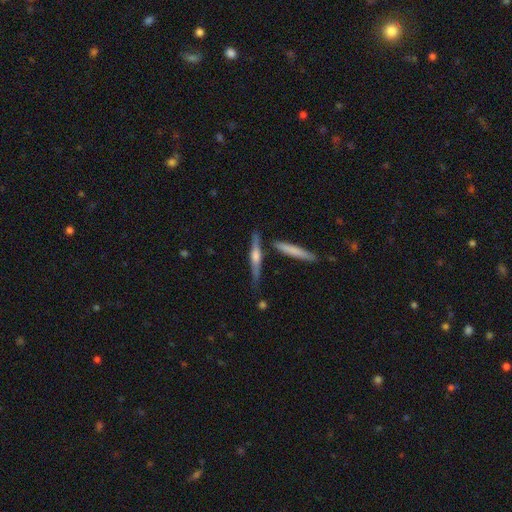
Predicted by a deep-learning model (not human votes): Smooth or featured?
  - featured or disk: 68% *
  - smooth: 26%
  - star or artifact: 6%
Edge-on disk?
  - yes: 96% *
  - no: 4%
Edge-on bulge?
  - rounded: 78% *
  - boxy: 13%
  - none: 9%
Merging?
  - none: 76% *
  - minor disturbance: 13%
  - merger: 8%
  - major disturbance: 3%